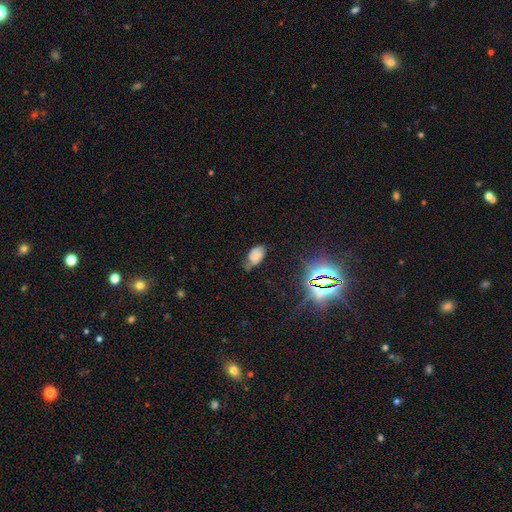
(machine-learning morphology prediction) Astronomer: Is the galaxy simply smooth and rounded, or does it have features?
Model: smooth — 56%.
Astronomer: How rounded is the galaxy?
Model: in between — 90%.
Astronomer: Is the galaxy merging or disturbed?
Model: none — 44% (runner-up: minor disturbance, 40%).